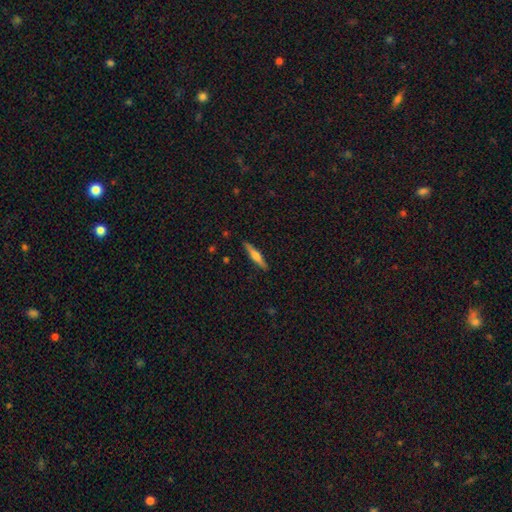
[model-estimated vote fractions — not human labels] A featured or disk galaxy (52%) viewed edge-on (97%) with a rounded central bulge (83%).

Vote fractions:
- Smooth or featured? featured or disk: 52% / smooth: 42% / star or artifact: 6%
- Edge-on disk? yes: 97% / no: 3%
- Edge-on bulge? rounded: 83% / boxy: 10% / none: 7%
- Merging? none: 90% / minor disturbance: 7% / major disturbance: 2% / merger: 1%